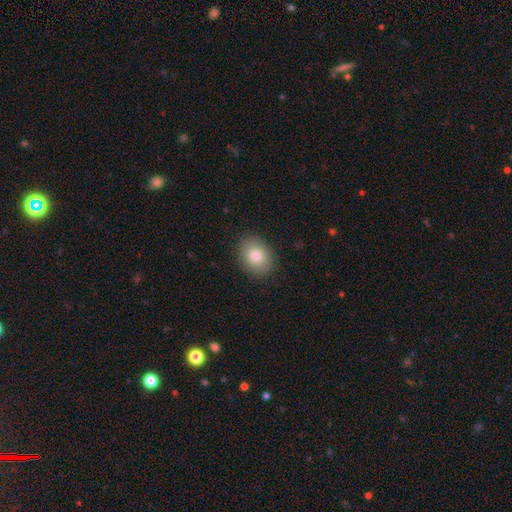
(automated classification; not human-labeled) Smooth or featured?
  - smooth: 83% *
  - featured or disk: 9%
  - star or artifact: 8%
How rounded?
  - in between: 63% *
  - round: 36%
  - cigar-shaped: 1%
Merging?
  - none: 88% *
  - minor disturbance: 8%
  - major disturbance: 2%
  - merger: 1%